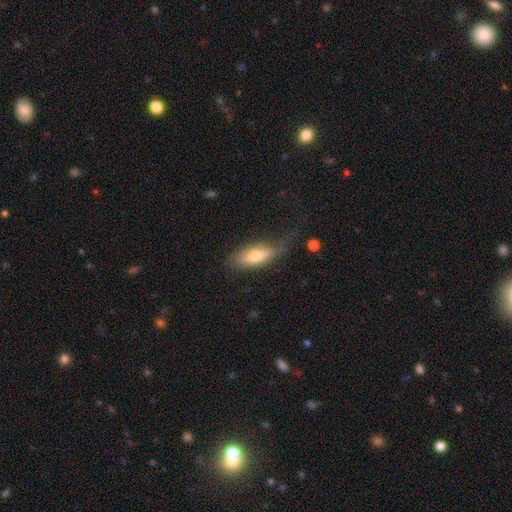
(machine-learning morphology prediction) A smooth galaxy with no disk features (70%) that is in between round and cigar-shaped (77%). Merging: none (42%).